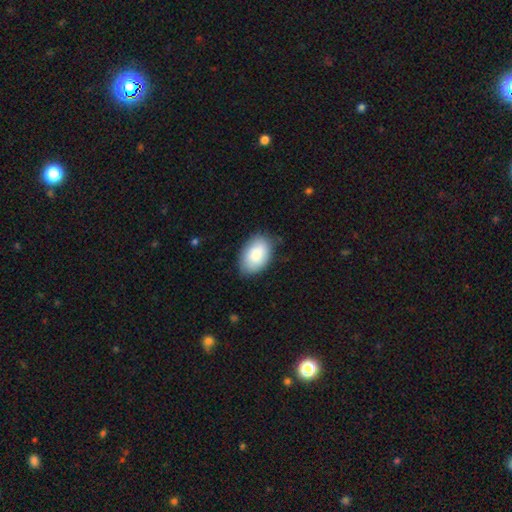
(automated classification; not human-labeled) A smooth galaxy with no disk features (85%) that is in between round and cigar-shaped (91%). Merging: none (77%).